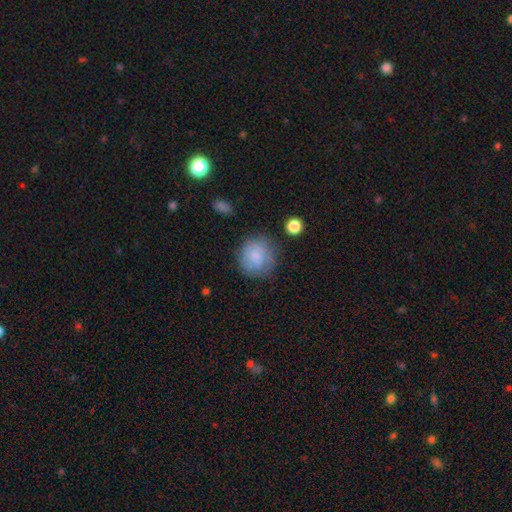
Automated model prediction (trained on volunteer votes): This is likely a smooth galaxy (69%). How rounded: clearly round (84%). Merging: likely none (67%).